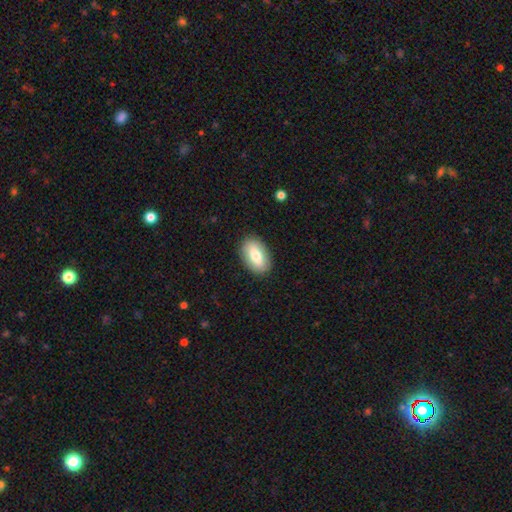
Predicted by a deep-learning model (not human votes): Smooth or featured? smooth (72%)
How rounded? in between (91%)
Merging? none (88%)